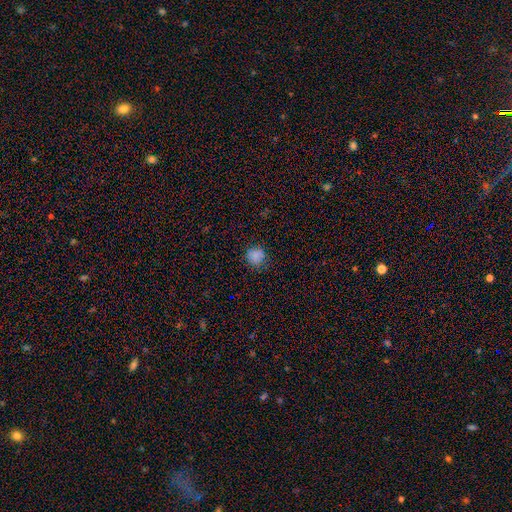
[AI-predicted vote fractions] Smooth or featured? smooth (83%)
How rounded? round (91%)
Merging? none (86%)